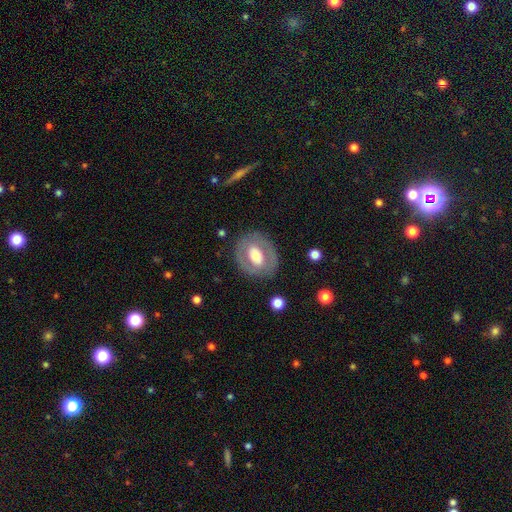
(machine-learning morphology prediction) Smooth or featured: featured or disk — 49% (smooth — 45%)
Merging: none — 79% (minor disturbance — 13%)